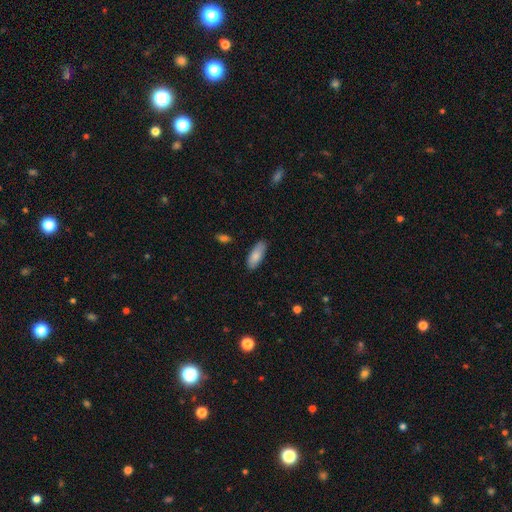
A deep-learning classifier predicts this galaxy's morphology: This is clearly a smooth galaxy (84%). How rounded: likely in between (78%). Merging: clearly none (84%).